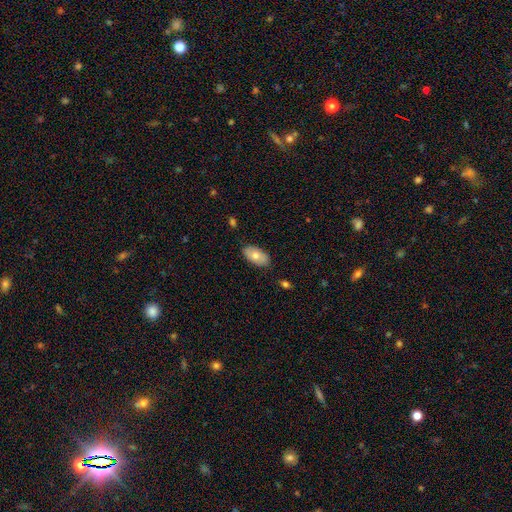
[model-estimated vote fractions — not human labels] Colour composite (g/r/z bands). It shows a smooth galaxy with no disk features (72%) that is in between round and cigar-shaped (94%). Merging: none (85%).